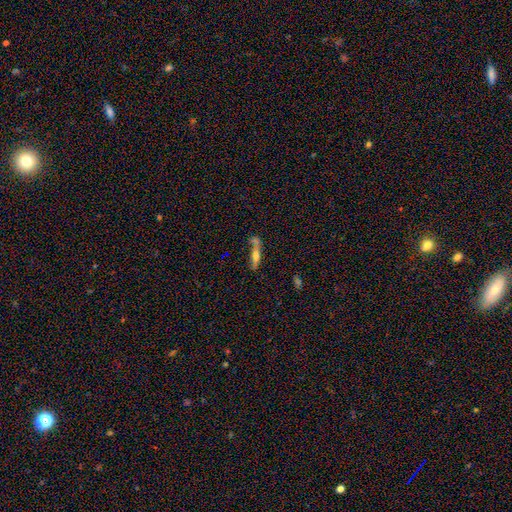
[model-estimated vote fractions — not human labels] This is possibly a smooth galaxy (48%). Merging: possibly none (48%).